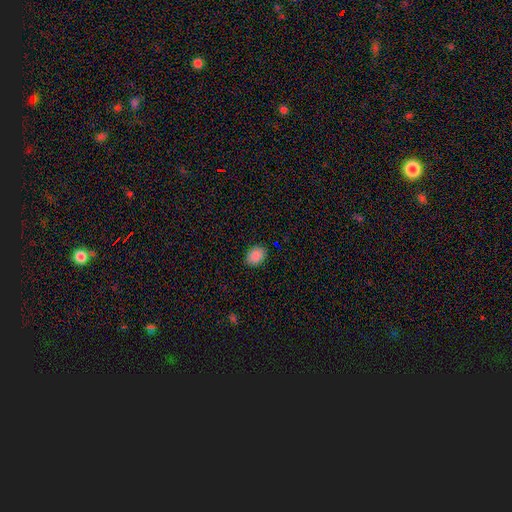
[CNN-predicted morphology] This is clearly a smooth galaxy (88%). How rounded: likely in between (66%). Merging: clearly none (88%).